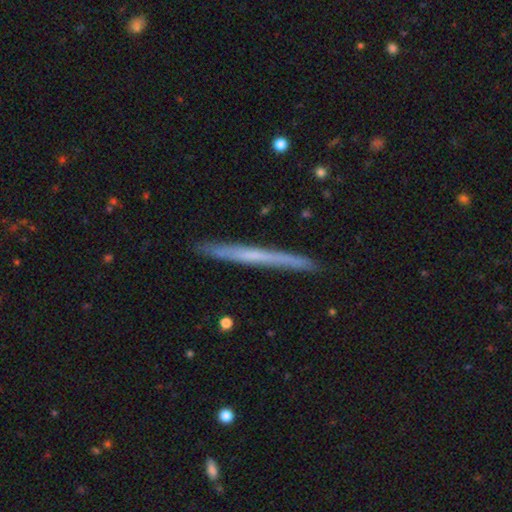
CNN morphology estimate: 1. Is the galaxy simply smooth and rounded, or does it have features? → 53% featured or disk, 41% smooth, 6% star or artifact.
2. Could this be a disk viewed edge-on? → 97% yes, 3% no.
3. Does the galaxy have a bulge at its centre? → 86% none, 10% rounded, 4% boxy.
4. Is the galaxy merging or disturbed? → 91% none, 7% minor disturbance, 1% major disturbance, 1% merger.